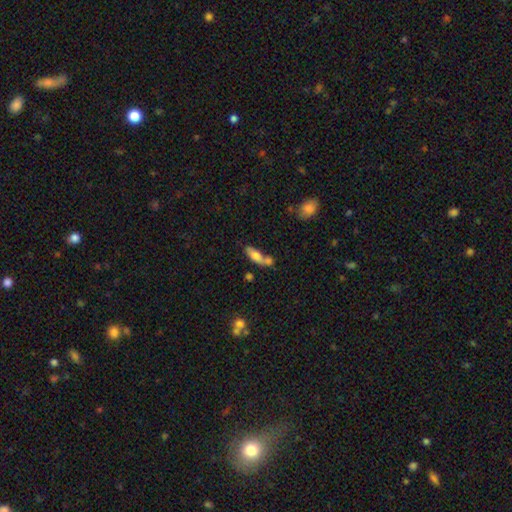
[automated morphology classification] Smooth or featured? smooth (68%)
How rounded? in between (63%)
Merging? merger (40%)